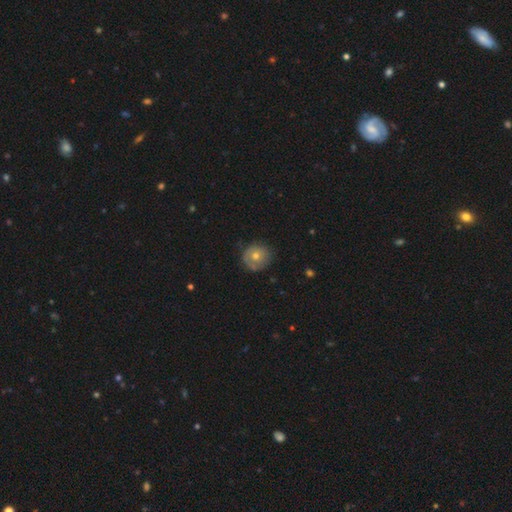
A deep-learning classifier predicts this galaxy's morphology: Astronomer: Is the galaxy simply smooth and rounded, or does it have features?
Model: smooth — 57% (runner-up: featured or disk, 33%).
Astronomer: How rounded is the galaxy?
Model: round — 89%.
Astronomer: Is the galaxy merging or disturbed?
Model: none — 77%.